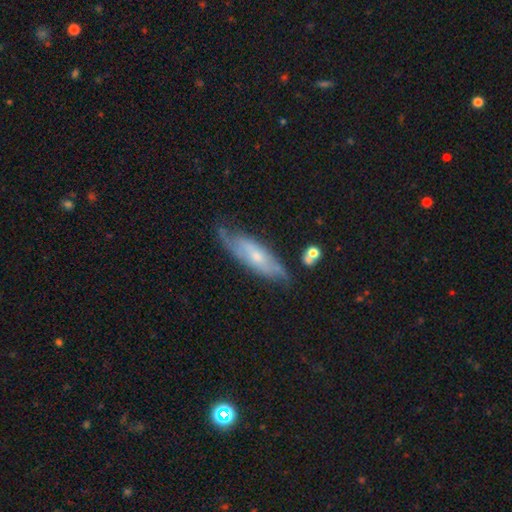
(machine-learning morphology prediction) smooth_or_featured: featured or disk (p=0.63) [alt: smooth p=0.31]
disk_edge_on: no (p=0.68) [alt: yes p=0.32]
merging: none (p=0.62) [alt: minor disturbance p=0.26]